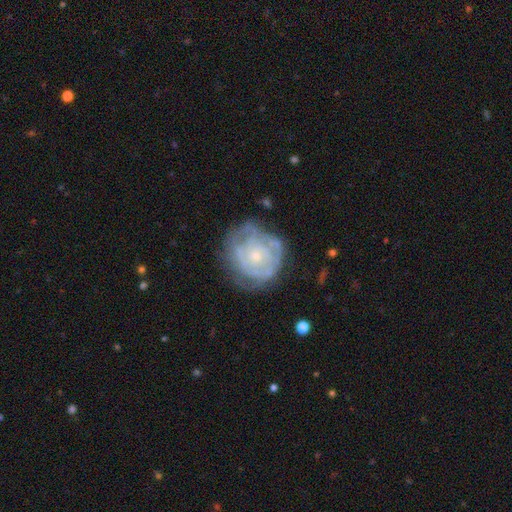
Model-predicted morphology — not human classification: Overall: featured or disk (73%). Edge-on disk: no (97%). Bar: no (84%). Spiral arms: yes (75%). Spiral arm count: can't tell (56%). Spiral winding: tight (73%). Bulge size: small (71%). Merging: none (67%).